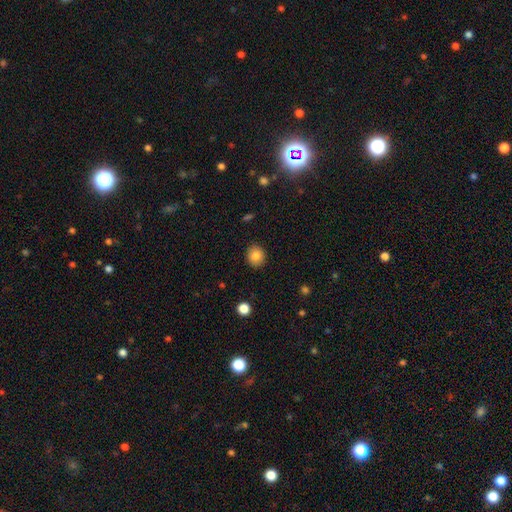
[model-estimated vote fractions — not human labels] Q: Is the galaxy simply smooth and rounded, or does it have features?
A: smooth — 83%.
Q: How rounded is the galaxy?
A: round — 79%.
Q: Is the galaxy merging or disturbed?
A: none — 90%.